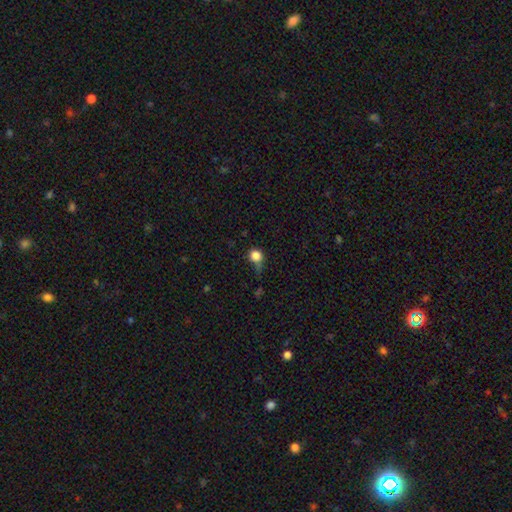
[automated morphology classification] A smooth galaxy with no disk features (82%) that is round (85%).

Vote fractions:
- Smooth or featured? smooth: 82% / star or artifact: 11% / featured or disk: 7%
- How rounded? round: 85% / in between: 14% / cigar-shaped: 1%
- Merging? none: 41% / minor disturbance: 32% / major disturbance: 21% / merger: 5%